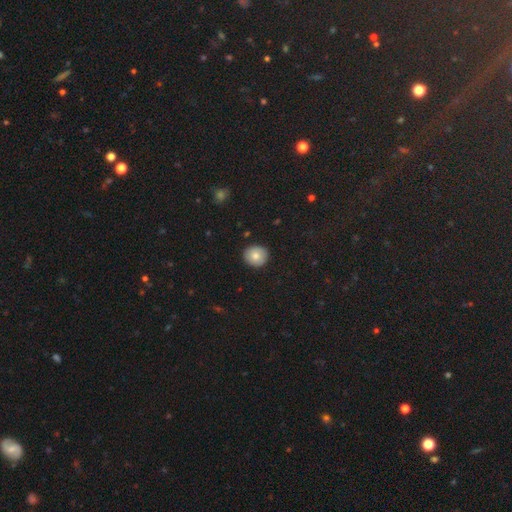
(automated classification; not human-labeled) Overall: smooth (79%). How rounded: round (88%). Merging: none (90%).